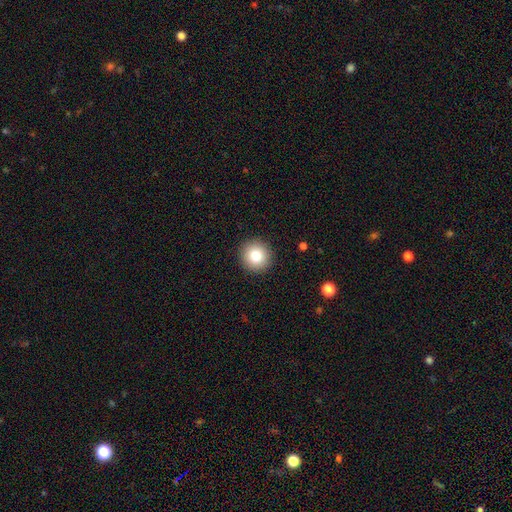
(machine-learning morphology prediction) smooth_or_featured: smooth (p=0.82) [alt: star or artifact p=0.10]
how_rounded: round (p=0.94) [alt: in between p=0.05]
merging: none (p=0.92) [alt: minor disturbance p=0.05]